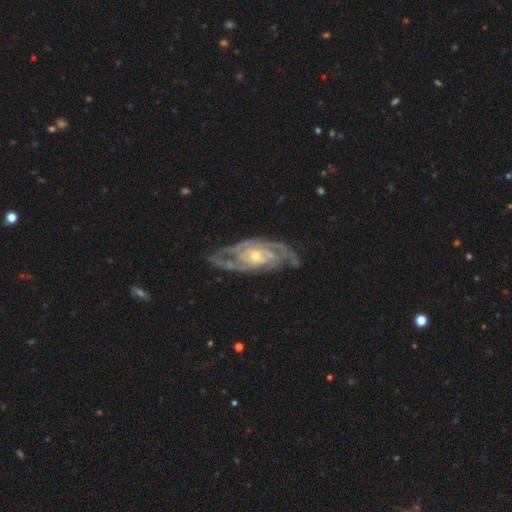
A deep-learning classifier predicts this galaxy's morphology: A featured or disk galaxy (90%) with no bar (68%), 2 (40%) tight (59%) spiral arms (96%) and a small central bulge (57%). Merging: none (72%).